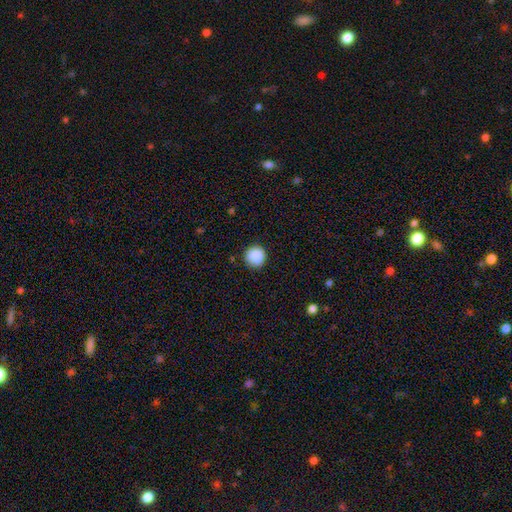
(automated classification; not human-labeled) Overall: smooth (88%). How rounded: round (95%). Merging: none (89%).